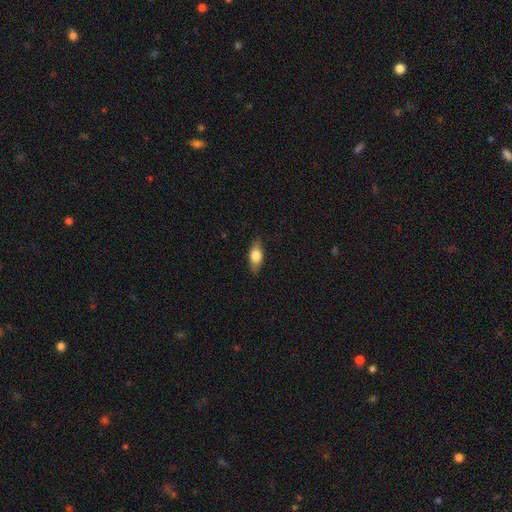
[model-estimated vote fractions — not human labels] This is likely a smooth galaxy (68%). How rounded: likely in between (78%). Merging: clearly none (85%).